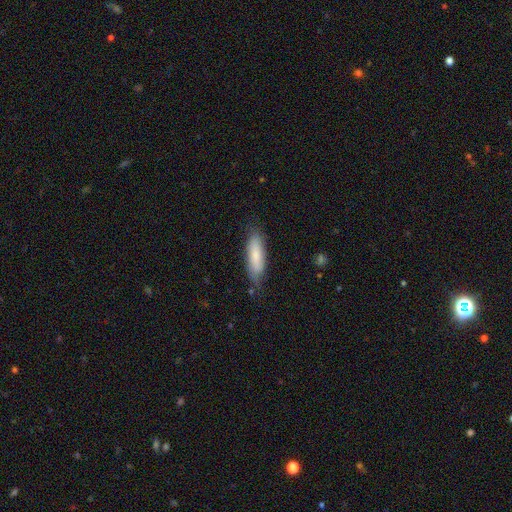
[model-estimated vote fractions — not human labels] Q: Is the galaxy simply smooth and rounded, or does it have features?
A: smooth — 76%.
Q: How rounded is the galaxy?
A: cigar-shaped — 55%.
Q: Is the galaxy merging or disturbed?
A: none — 72%.